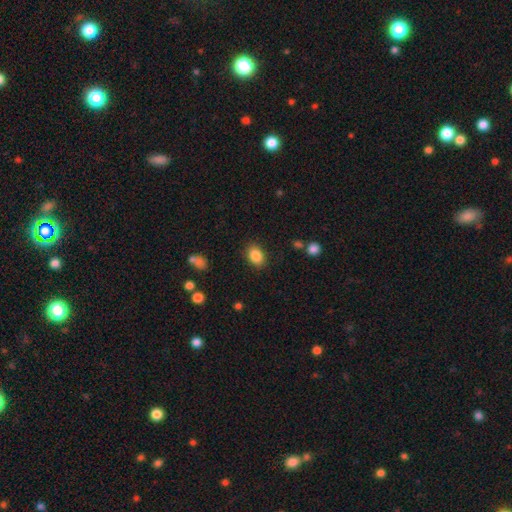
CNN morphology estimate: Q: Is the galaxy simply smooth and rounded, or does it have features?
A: smooth — 86%.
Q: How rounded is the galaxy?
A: in between — 80%.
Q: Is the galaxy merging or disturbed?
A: none — 85%.